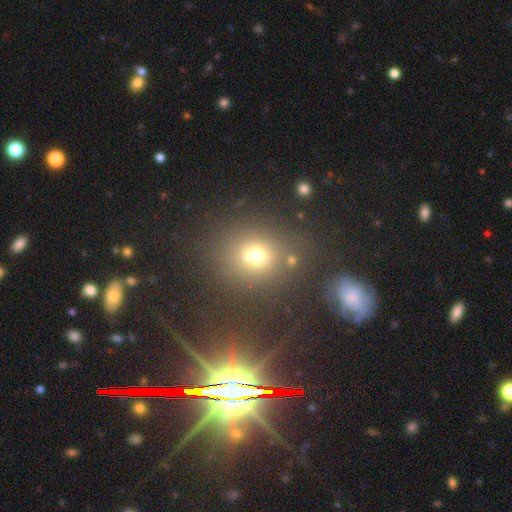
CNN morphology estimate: Smooth or featured? Predicted: smooth (p=0.65). How rounded? Predicted: round (p=0.73). Merging? Predicted: none (p=0.63).